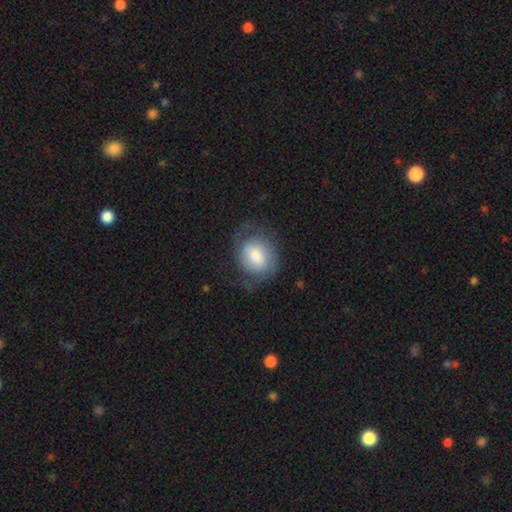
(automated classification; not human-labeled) Smooth or featured? smooth (50%)
How rounded? round (52%)
Merging? none (59%)